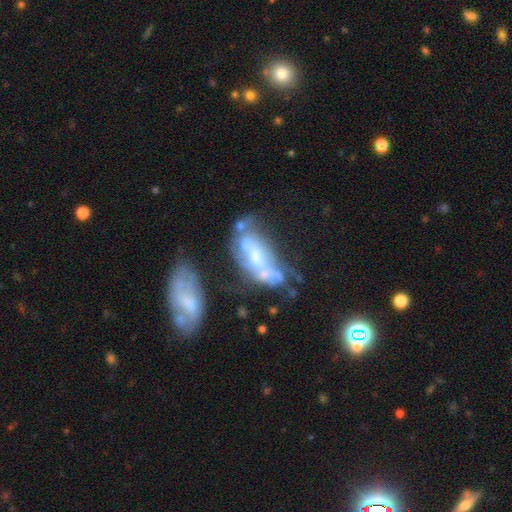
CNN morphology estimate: The model was most divided on "merging": merger: 34%, major disturbance: 26%, none: 22%, minor disturbance: 17%. Remaining: edge-on disk — no (88%); spiral arms — no (65%); smooth or featured — featured or disk (63%); bar — no (58%); bulge size — moderate (38%).